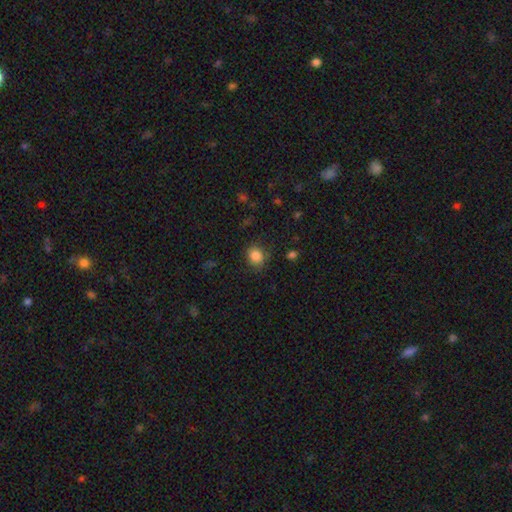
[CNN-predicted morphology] This is clearly a smooth galaxy (85%). How rounded: likely round (70%). Merging: likely none (78%).